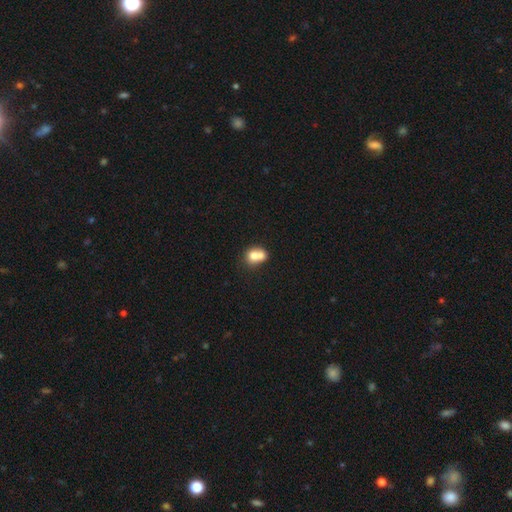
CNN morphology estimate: A smooth galaxy with no disk features (70%) that is round (58%). Merging: merger (63%).